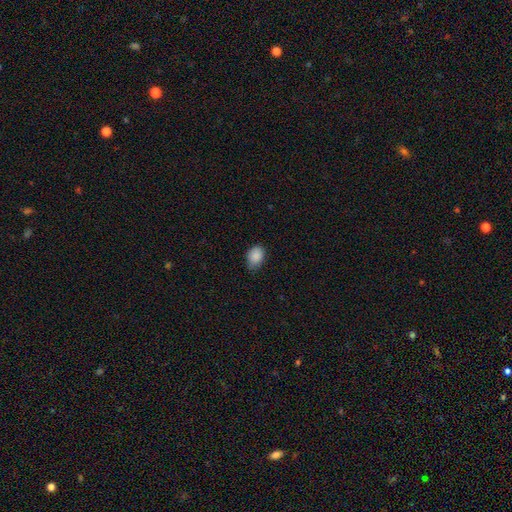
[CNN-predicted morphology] Overall: smooth (88%). How rounded: in between (73%). Merging: none (66%; minor disturbance 29%).